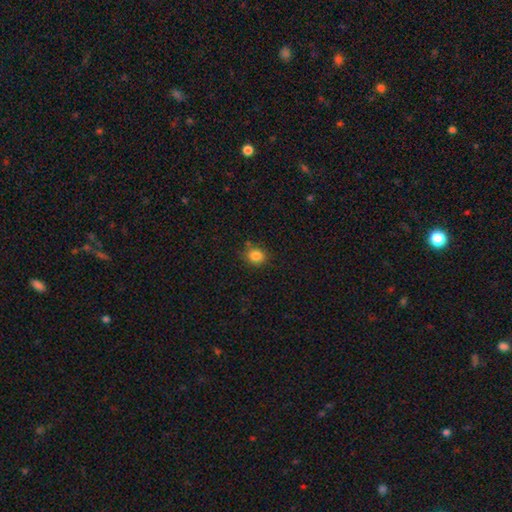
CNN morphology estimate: Smooth or featured? smooth (84%)
How rounded? round (73%)
Merging? none (80%)